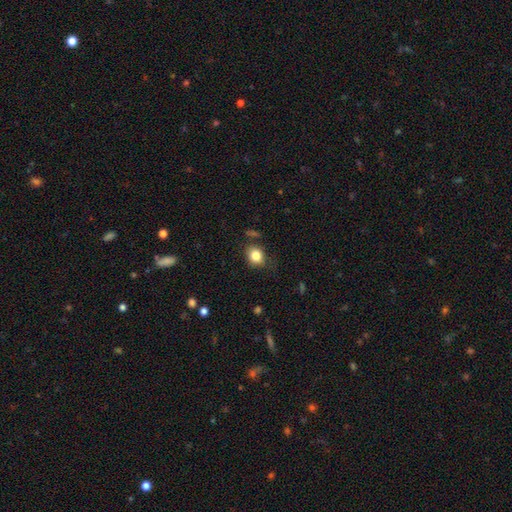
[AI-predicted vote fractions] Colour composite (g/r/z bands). It shows a smooth galaxy with no disk features (83%) that is round (67%). Merging: none (75%).